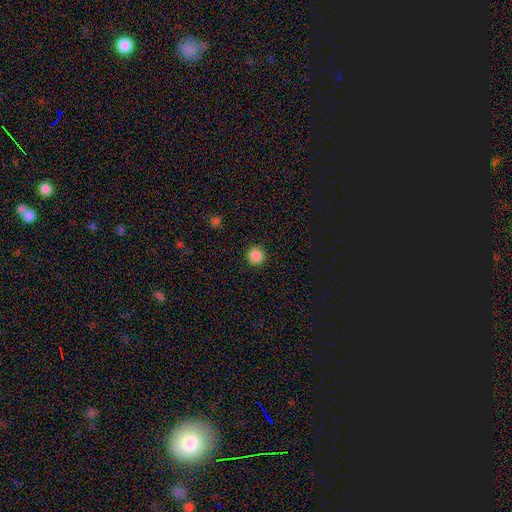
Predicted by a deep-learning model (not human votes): Morphology: type=smooth (87%); roundness=round (96%); merging=none (93%).